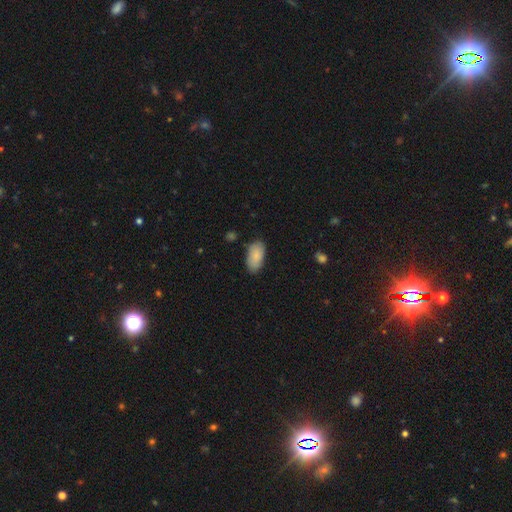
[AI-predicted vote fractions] Smooth or featured?
  - smooth: 86% *
  - featured or disk: 8%
  - star or artifact: 6%
How rounded?
  - in between: 94% *
  - cigar-shaped: 3%
  - round: 3%
Merging?
  - none: 80% *
  - minor disturbance: 15%
  - major disturbance: 3%
  - merger: 2%